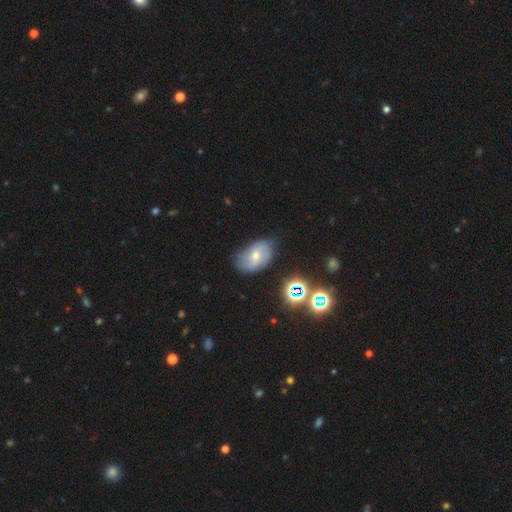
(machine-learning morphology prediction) A featured or disk galaxy (49%). Merging: none (67%).